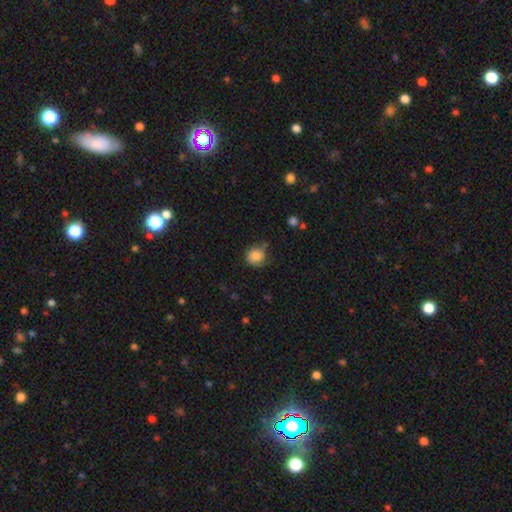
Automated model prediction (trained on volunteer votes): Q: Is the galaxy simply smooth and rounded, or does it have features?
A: smooth — 79%.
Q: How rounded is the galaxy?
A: round — 83%.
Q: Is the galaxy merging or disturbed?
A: none — 54%.